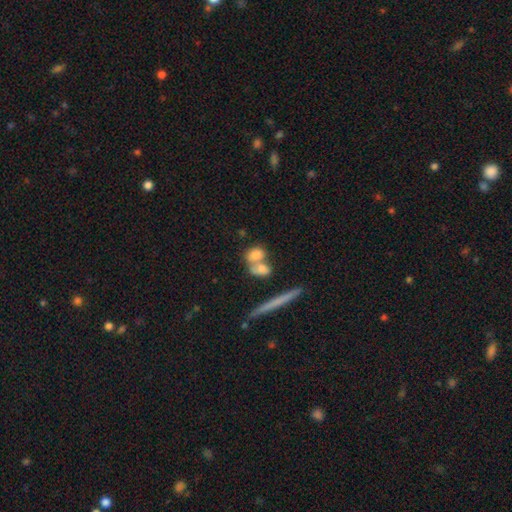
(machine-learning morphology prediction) smooth 72%, featured or disk 19%, star or artifact 9%. Down the decision tree: how rounded — in between (49%); merging — merger (52%).